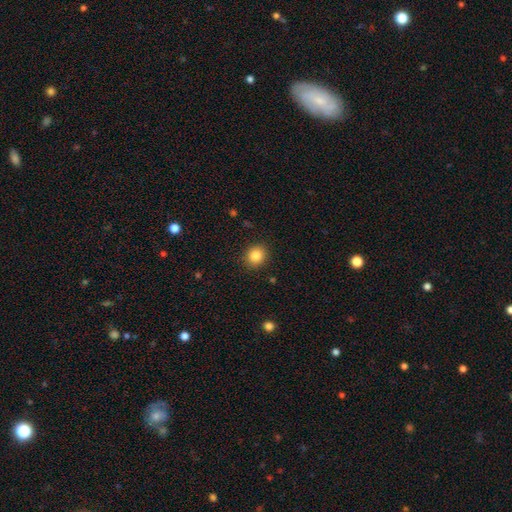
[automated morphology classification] This is clearly a smooth galaxy (85%). How rounded: likely round (79%). Merging: clearly none (90%).